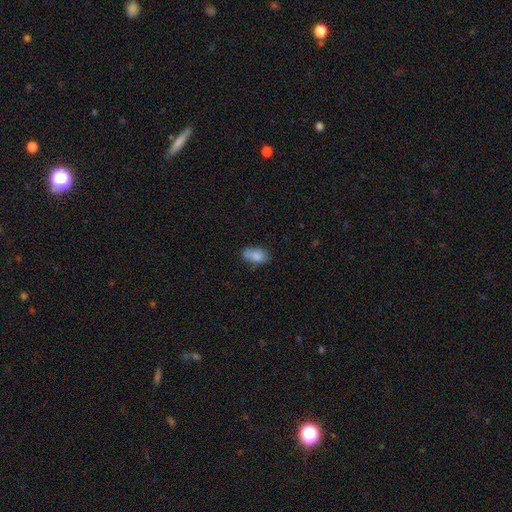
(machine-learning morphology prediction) smooth_or_featured: smooth (p=0.82) [alt: featured or disk p=0.10]
how_rounded: in between (p=0.90) [alt: round p=0.07]
merging: none (p=0.59) [alt: minor disturbance p=0.25]